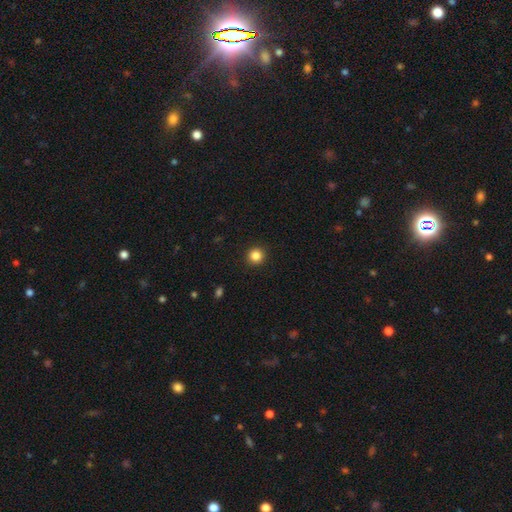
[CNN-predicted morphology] Q: Smooth or featured?
A: smooth (85%); runner-up: star or artifact (11%)
Q: How rounded?
A: round (93%); runner-up: in between (6%)
Q: Merging?
A: none (92%); runner-up: minor disturbance (5%)